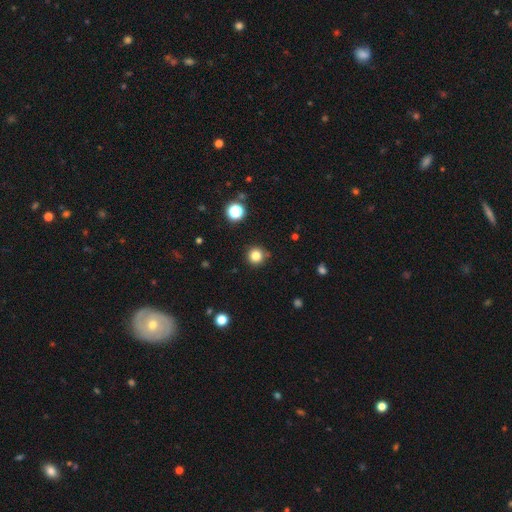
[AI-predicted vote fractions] Smooth or featured? smooth (82%)
How rounded? round (94%)
Merging? none (87%)